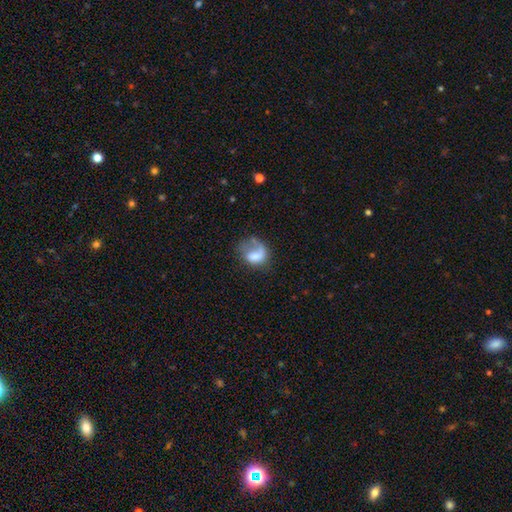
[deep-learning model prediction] Smooth or featured?
  - smooth: 50% *
  - featured or disk: 41%
  - star or artifact: 9%
How rounded?
  - in between: 59% *
  - round: 40%
  - cigar-shaped: 2%
Merging?
  - major disturbance: 43% *
  - none: 32%
  - minor disturbance: 20%
  - merger: 6%